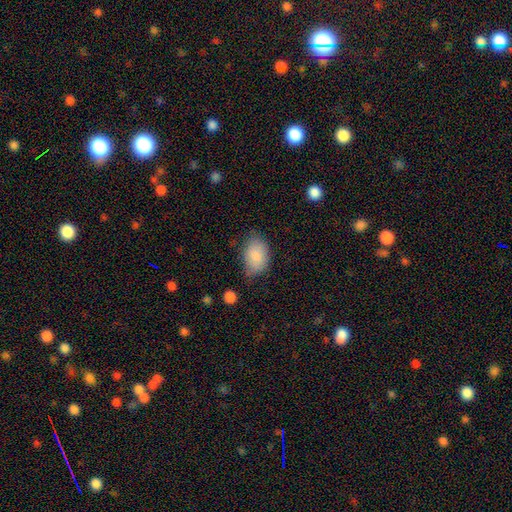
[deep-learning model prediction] Smooth or featured?
  - smooth: 86% *
  - featured or disk: 7%
  - star or artifact: 6%
How rounded?
  - in between: 89% *
  - round: 10%
  - cigar-shaped: 1%
Merging?
  - none: 67% *
  - minor disturbance: 25%
  - major disturbance: 6%
  - merger: 2%